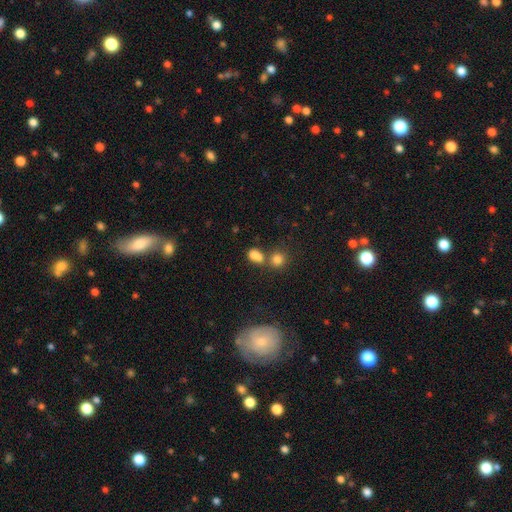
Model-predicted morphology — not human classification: Q: Smooth or featured?
A: smooth (78%); runner-up: star or artifact (13%)
Q: How rounded?
A: in between (62%); runner-up: round (36%)
Q: Merging?
A: merger (45%); runner-up: none (37%)